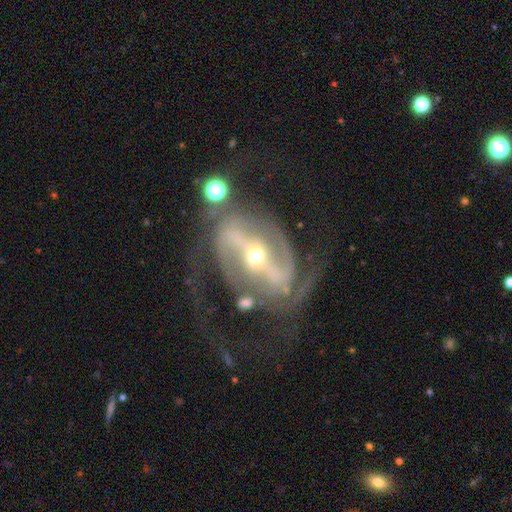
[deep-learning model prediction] This is clearly a featured or disk galaxy (89%). It is clearly not viewed edge-on (95%). Bar: likely strong (71%). Spiral arm pattern: clearly yes (92%). Spiral arm count: clearly 2 (86%). Spiral winding: possibly medium (49%). Central bulge: possibly moderate (50%). Merging: likely none (62%).